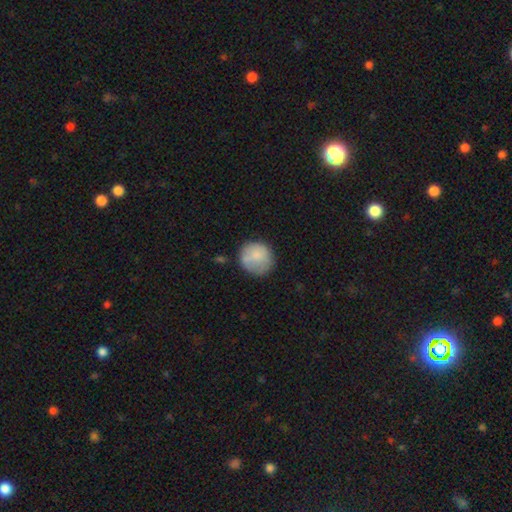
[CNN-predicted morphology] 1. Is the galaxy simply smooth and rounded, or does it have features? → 80% smooth, 13% featured or disk, 7% star or artifact.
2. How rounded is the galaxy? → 89% round, 11% in between, 1% cigar-shaped.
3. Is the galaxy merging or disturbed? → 68% none, 21% minor disturbance, 7% major disturbance, 3% merger.